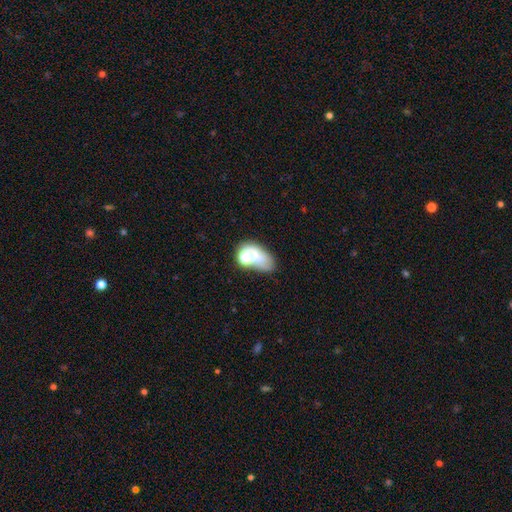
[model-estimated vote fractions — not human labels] Overall: smooth (58%; star or artifact 22%). How rounded: in between (75%). Merging: none (42%; merger 23%).